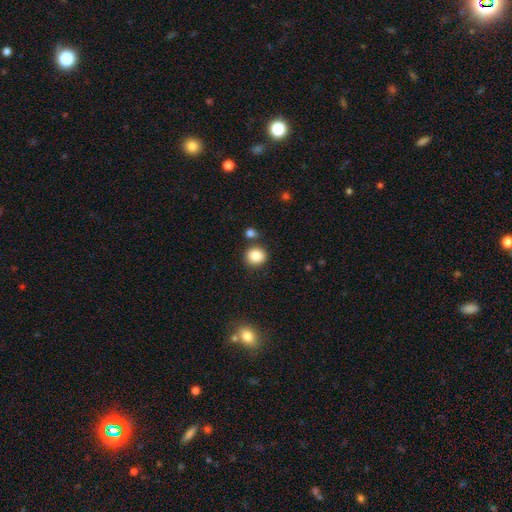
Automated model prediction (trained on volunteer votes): Morphology: type=smooth (85%); roundness=round (83%); merging=none (79%).